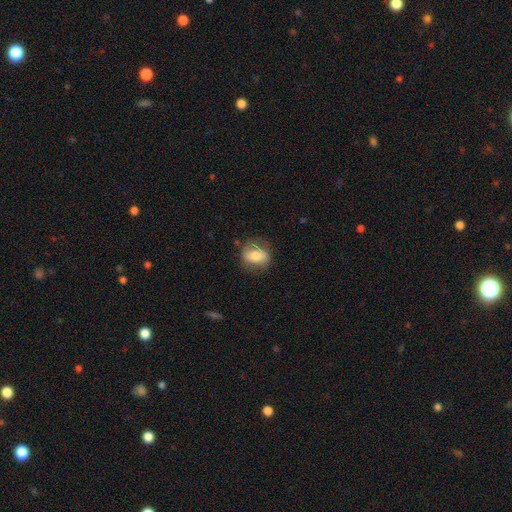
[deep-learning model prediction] Smooth or featured? smooth (65%)
How rounded? in between (57%)
Merging? none (73%)